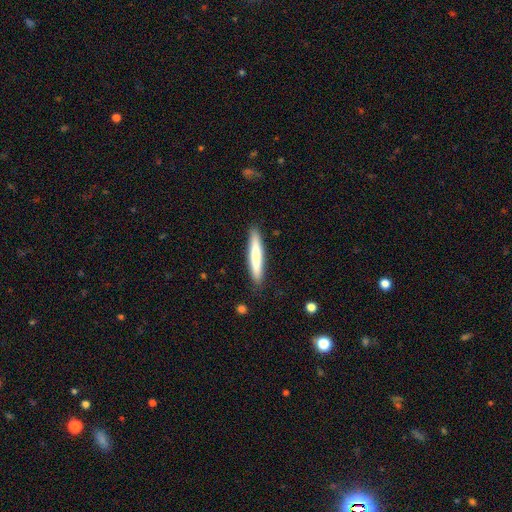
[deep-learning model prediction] Smooth or featured: smooth — 71% (featured or disk — 23%)
How rounded: cigar-shaped — 93% (in between — 6%)
Merging: none — 89% (minor disturbance — 8%)